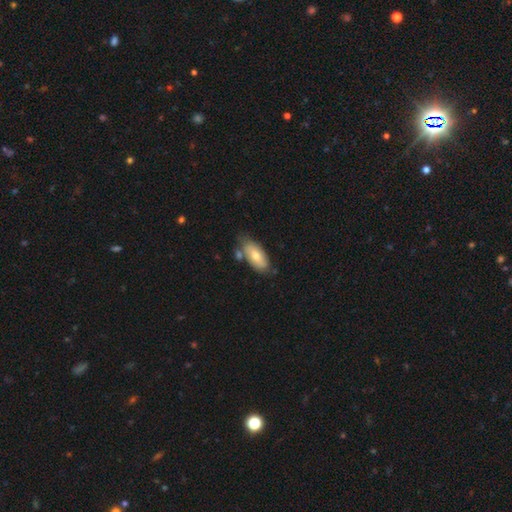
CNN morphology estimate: Smooth or featured? Predicted: smooth (p=0.69). How rounded? Predicted: in between (p=0.89). Merging? Predicted: none (p=0.65).